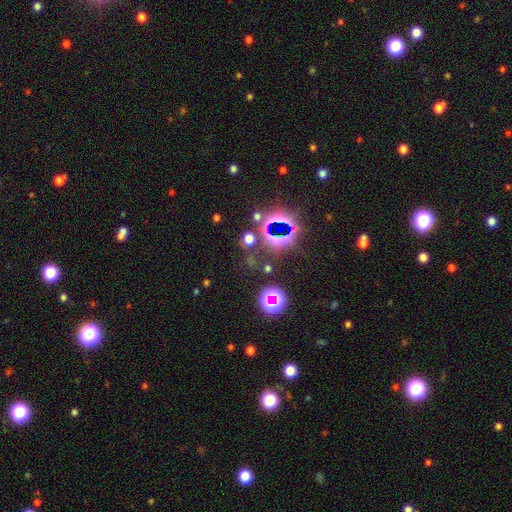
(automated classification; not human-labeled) Morphology: type=star or artifact (81%).